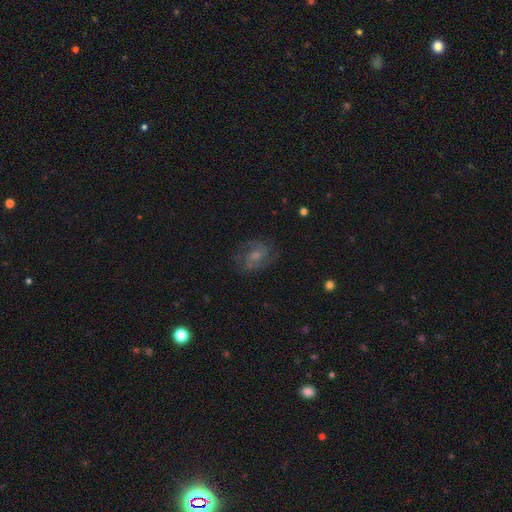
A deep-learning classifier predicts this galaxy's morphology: Smooth or featured: featured or disk — 68% (smooth — 21%)
Edge-on disk: no — 97% (yes — 3%)
Bar: no — 46% (weak — 45%)
Spiral arms: yes — 91% (no — 9%)
Spiral winding: medium — 53% (tight — 27%)
Spiral arm count: 2 — 72% (can't tell — 14%)
Bulge size: small — 46% (moderate — 36%)
Merging: none — 73% (minor disturbance — 17%)